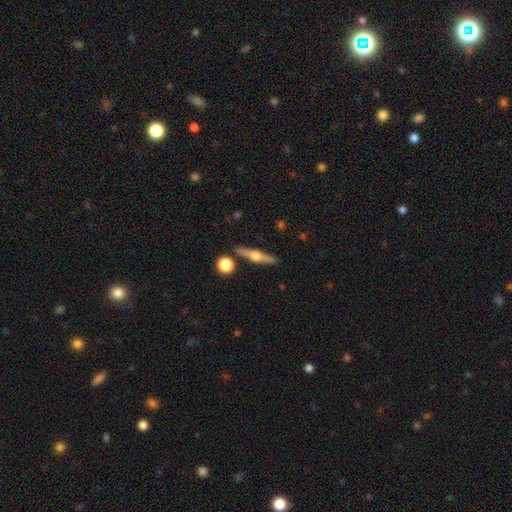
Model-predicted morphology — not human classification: type=featured or disk (68%); edge-on=yes (97%); edge-on bulge=rounded (94%); merging=none (87%).